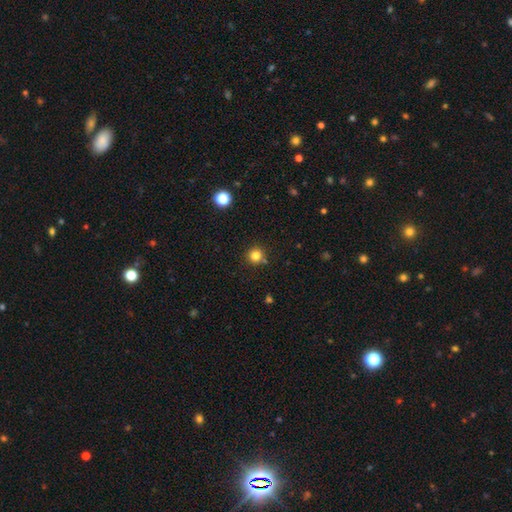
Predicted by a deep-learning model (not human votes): Q: Smooth or featured?
A: smooth (81%); runner-up: star or artifact (14%)
Q: How rounded?
A: round (94%); runner-up: in between (5%)
Q: Merging?
A: none (86%); runner-up: minor disturbance (7%)